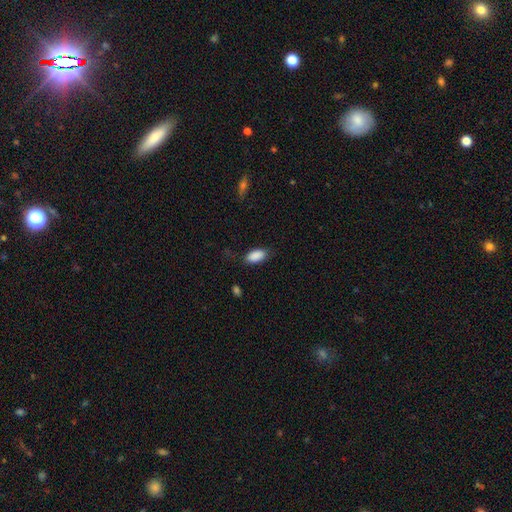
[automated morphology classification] A smooth galaxy with no disk features (90%) that is in between round and cigar-shaped (92%). Merging: none (77%).